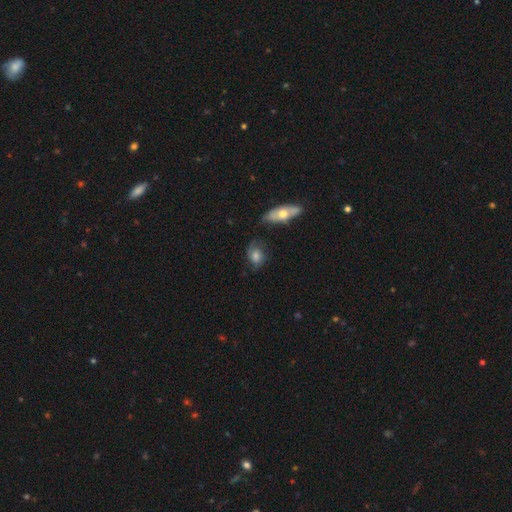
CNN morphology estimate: smooth_or_featured: smooth (p=0.59) [alt: featured or disk p=0.32]
how_rounded: in between (p=0.61) [alt: round p=0.36]
merging: none (p=0.57) [alt: minor disturbance p=0.27]